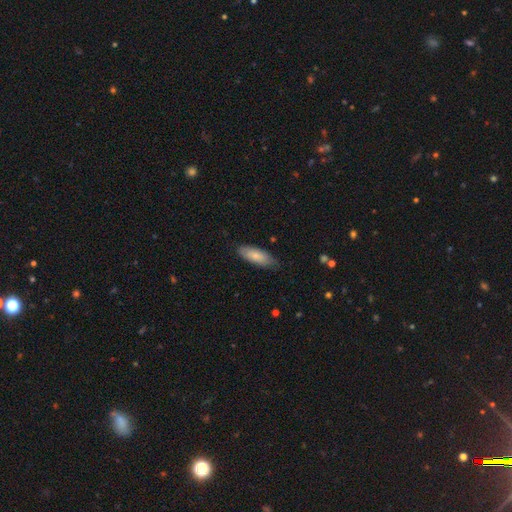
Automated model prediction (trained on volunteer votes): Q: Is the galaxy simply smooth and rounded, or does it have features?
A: smooth — 79%.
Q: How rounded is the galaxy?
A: in between — 73%.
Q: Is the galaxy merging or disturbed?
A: none — 76%.